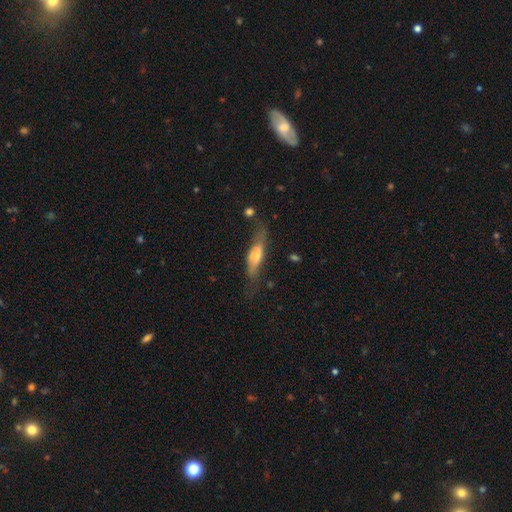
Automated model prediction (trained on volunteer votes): featured or disk 51%, smooth 41%, star or artifact 8%. Down the decision tree: edge-on disk — yes (70%); merging — none (57%).